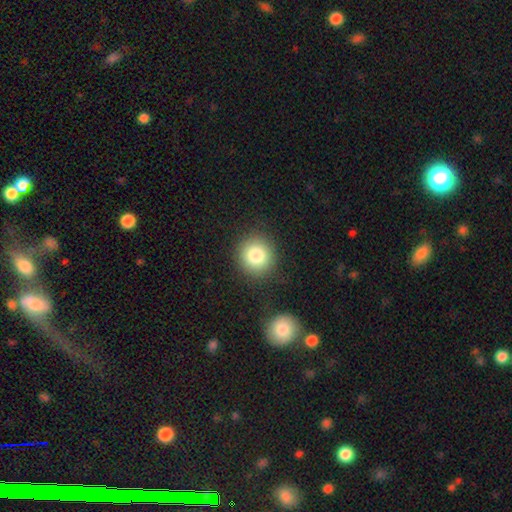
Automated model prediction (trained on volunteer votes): Q: Smooth or featured?
A: smooth (83%); runner-up: star or artifact (10%)
Q: How rounded?
A: round (90%); runner-up: in between (9%)
Q: Merging?
A: none (88%); runner-up: minor disturbance (8%)